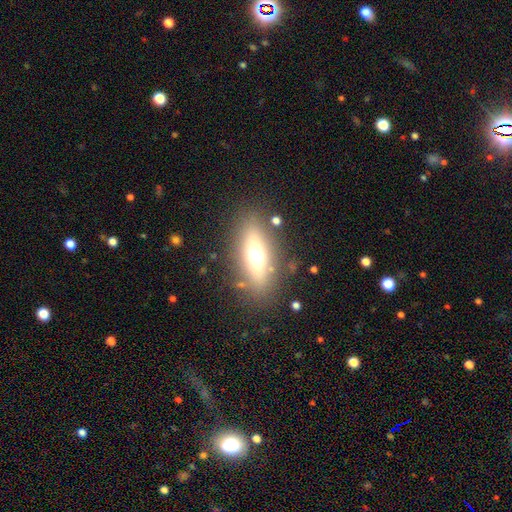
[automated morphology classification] A smooth galaxy with no disk features (54%) that is in between round and cigar-shaped (62%).

Vote fractions:
- Smooth or featured? smooth: 54% / featured or disk: 35% / star or artifact: 11%
- How rounded? in between: 62% / cigar-shaped: 32% / round: 6%
- Merging? none: 82% / minor disturbance: 10% / major disturbance: 5% / merger: 3%